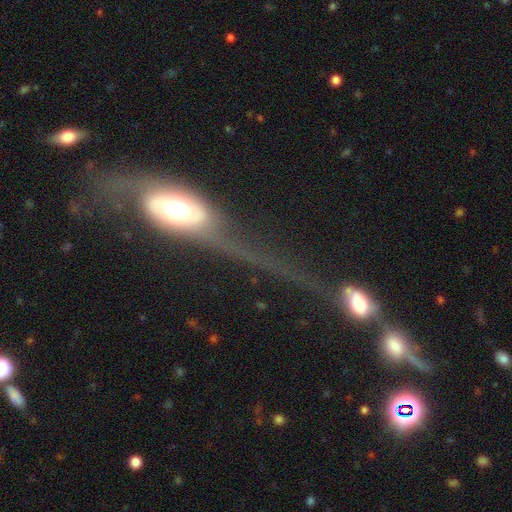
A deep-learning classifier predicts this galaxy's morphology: A featured or disk galaxy (66%). Merging: major disturbance (43%).